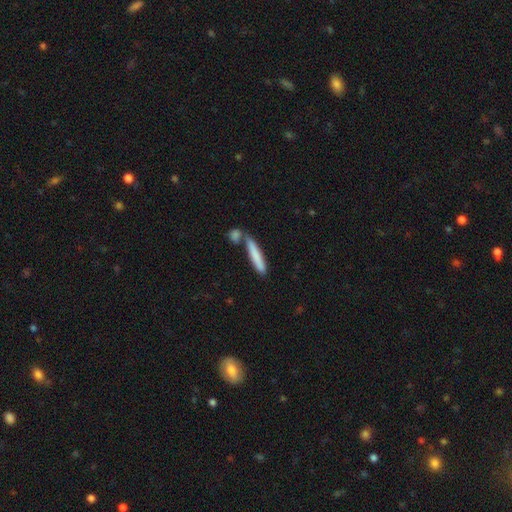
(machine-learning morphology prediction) Smooth or featured? Predicted: smooth (p=0.77). How rounded? Predicted: cigar-shaped (p=0.91). Merging? Predicted: none (p=0.64).